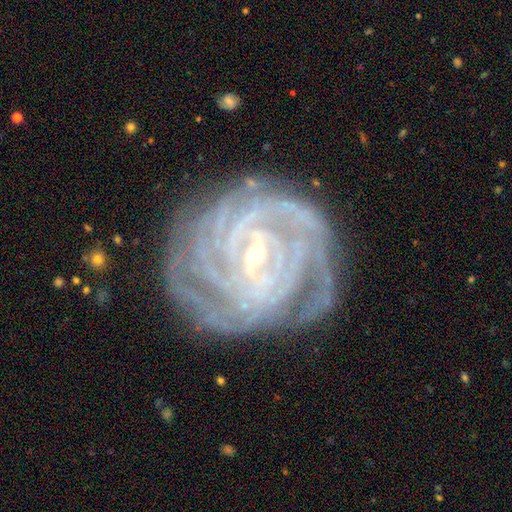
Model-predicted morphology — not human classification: A featured or disk galaxy (91%) with a weak bar (44%), 4 (29%) tight (85%) spiral arms (98%) and a small central bulge (73%). Merging: none (79%).